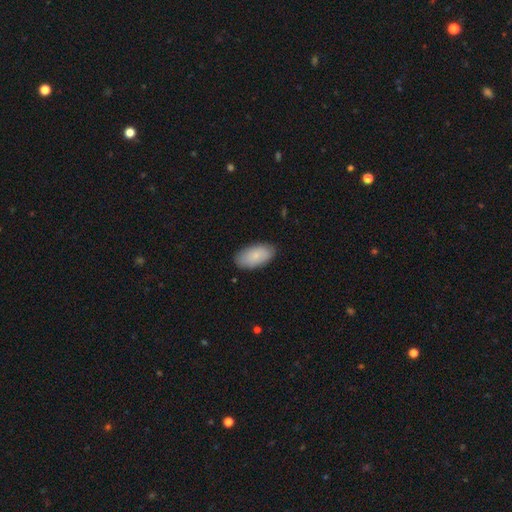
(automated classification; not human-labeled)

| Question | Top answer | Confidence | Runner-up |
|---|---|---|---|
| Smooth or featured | smooth | 83% | featured or disk (11%) |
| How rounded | in between | 95% | cigar-shaped (3%) |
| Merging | none | 86% | minor disturbance (11%) |